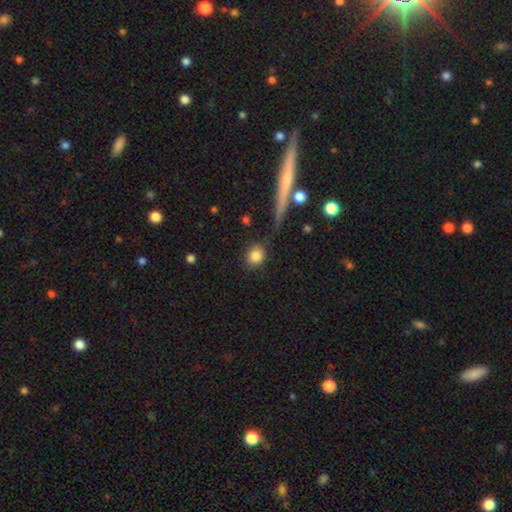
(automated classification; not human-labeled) smooth_or_featured: smooth (p=0.84) [alt: star or artifact p=0.09]
how_rounded: round (p=0.75) [alt: in between p=0.22]
merging: none (p=0.80) [alt: minor disturbance p=0.11]